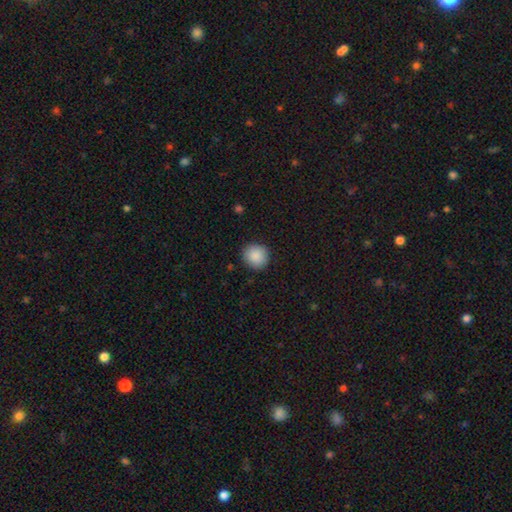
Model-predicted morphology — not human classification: Q: Smooth or featured?
A: smooth (89%); runner-up: star or artifact (8%)
Q: How rounded?
A: round (90%); runner-up: in between (9%)
Q: Merging?
A: none (89%); runner-up: minor disturbance (8%)